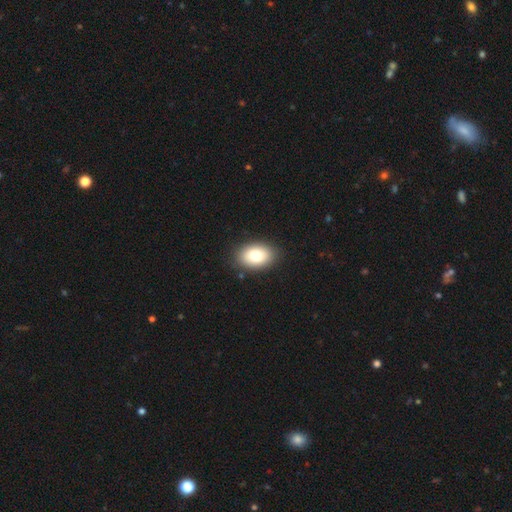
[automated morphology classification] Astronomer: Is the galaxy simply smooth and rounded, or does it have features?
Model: smooth — 79%.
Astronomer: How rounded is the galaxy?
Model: in between — 86%.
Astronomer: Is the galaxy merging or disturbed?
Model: none — 87%.